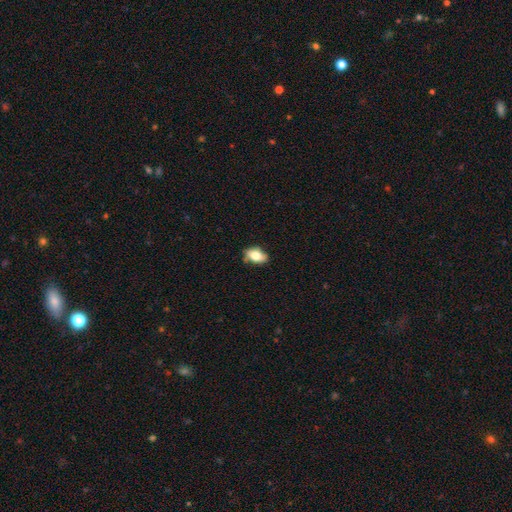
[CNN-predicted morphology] Smooth or featured: smooth — 77% (featured or disk — 15%)
How rounded: in between — 87% (round — 10%)
Merging: none — 74% (minor disturbance — 20%)